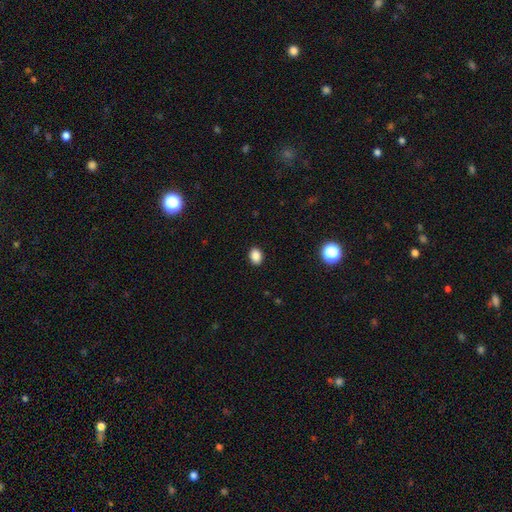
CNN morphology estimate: The model was most divided on "how rounded": in between: 63%, round: 36%, cigar-shaped: 1%. More confident: merging — none (90%); smooth or featured — smooth (87%).